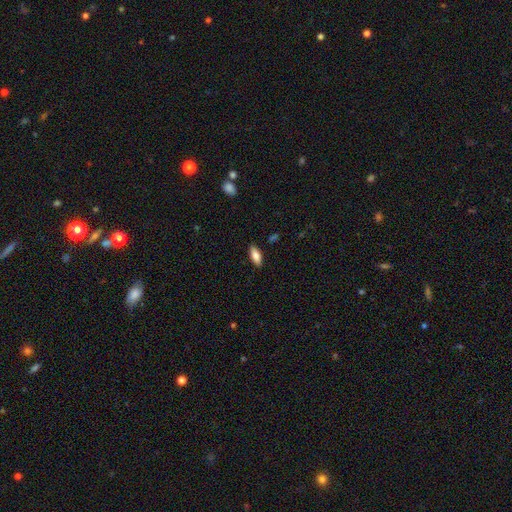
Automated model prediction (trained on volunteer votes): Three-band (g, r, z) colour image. It shows a smooth galaxy with no disk features (80%) that is in between round and cigar-shaped (81%). Merging: none (87%).